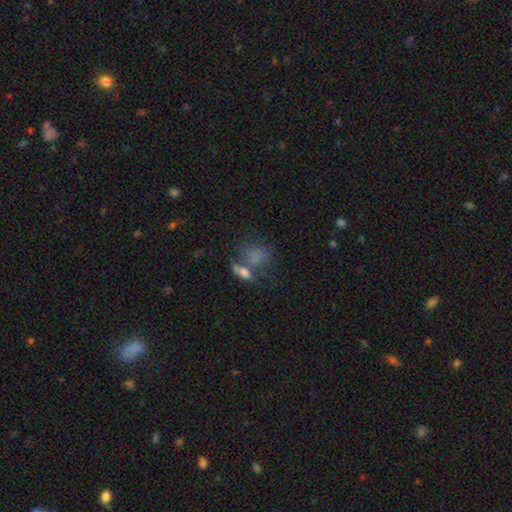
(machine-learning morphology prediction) Smooth or featured: smooth — 70% (featured or disk — 15%)
How rounded: in between — 62% (round — 34%)
Merging: merger — 36% (none — 34%)